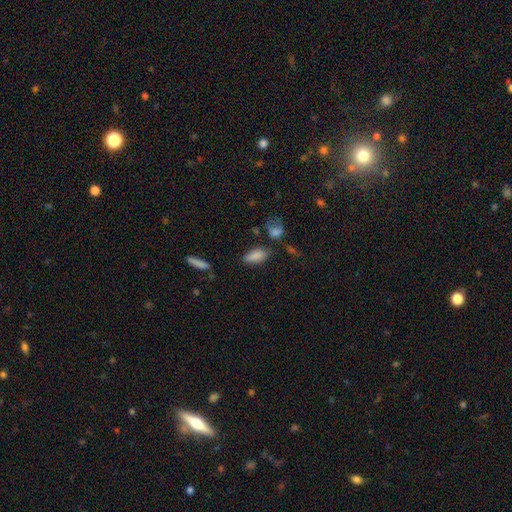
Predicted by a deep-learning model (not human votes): A smooth galaxy with no disk features (85%) that is in between round and cigar-shaped (81%). Merging: none (70%).